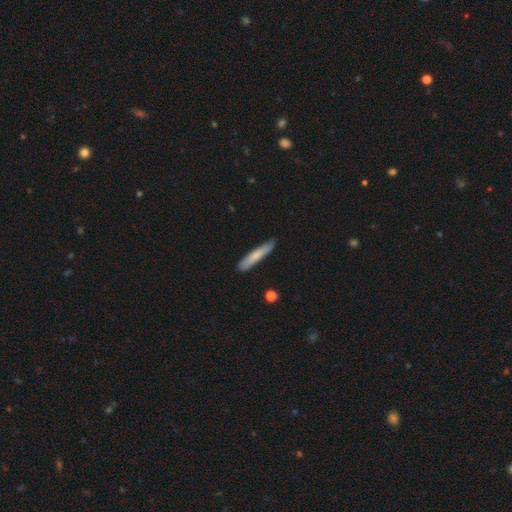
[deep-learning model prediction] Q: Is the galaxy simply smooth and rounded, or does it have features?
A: smooth — 73%.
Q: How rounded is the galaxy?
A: cigar-shaped — 93%.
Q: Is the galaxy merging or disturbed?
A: none — 85%.